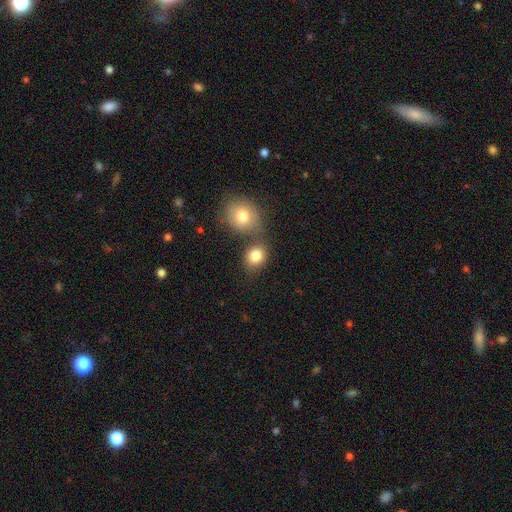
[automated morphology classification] A smooth galaxy with no disk features (83%) that is round (67%).

Vote fractions:
- Smooth or featured? smooth: 83% / star or artifact: 10% / featured or disk: 7%
- How rounded? round: 67% / in between: 32% / cigar-shaped: 1%
- Merging? none: 54% / merger: 33% / minor disturbance: 10% / major disturbance: 4%